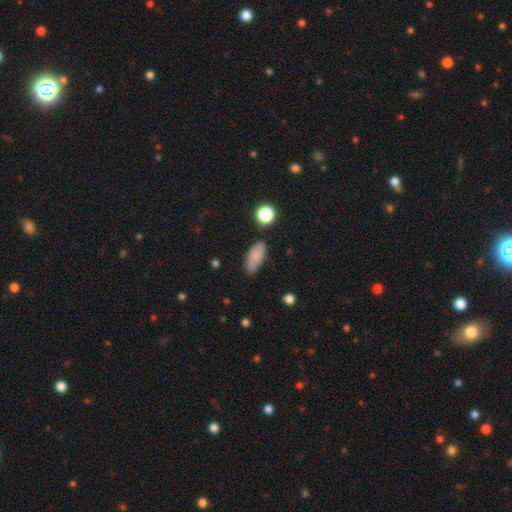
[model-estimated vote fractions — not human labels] A smooth galaxy with no disk features (81%) that is in between round and cigar-shaped (83%).

Vote fractions:
- Smooth or featured? smooth: 81% / featured or disk: 11% / star or artifact: 8%
- How rounded? in between: 83% / cigar-shaped: 13% / round: 4%
- Merging? none: 73% / minor disturbance: 20% / major disturbance: 4% / merger: 3%